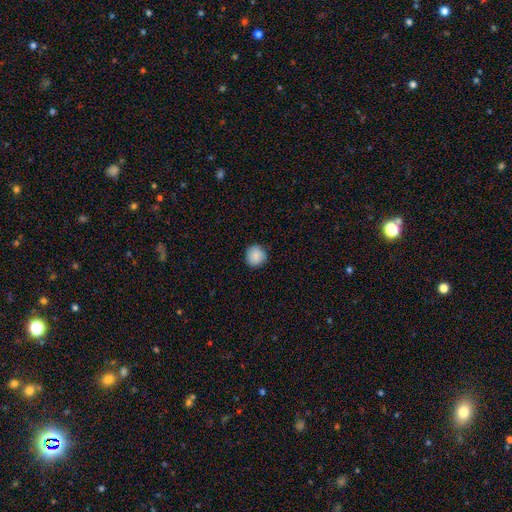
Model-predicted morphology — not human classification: Smooth or featured: smooth — 87% (star or artifact — 8%)
How rounded: round — 92% (in between — 7%)
Merging: none — 88% (minor disturbance — 9%)